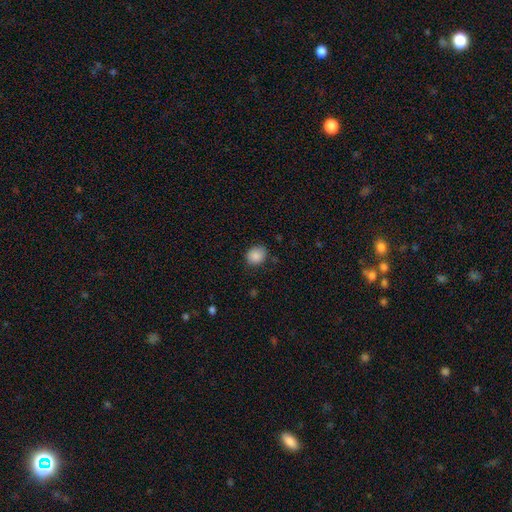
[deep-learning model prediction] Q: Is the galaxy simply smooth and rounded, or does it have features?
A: smooth — 86%.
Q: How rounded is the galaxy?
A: round — 65%.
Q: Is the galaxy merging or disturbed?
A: none — 78%.